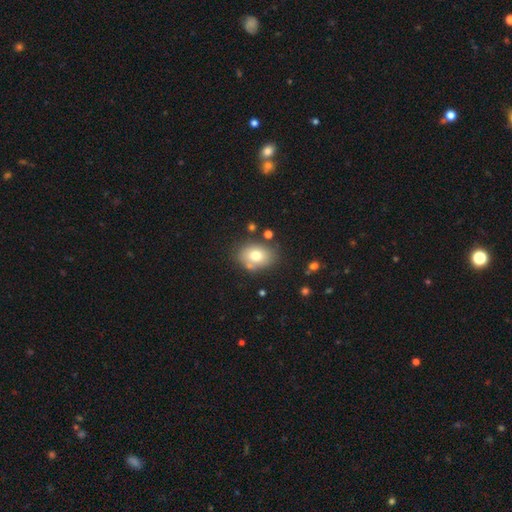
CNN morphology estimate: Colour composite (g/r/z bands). It shows a smooth galaxy with no disk features (75%) that is in between round and cigar-shaped (66%). Merging: none (72%).